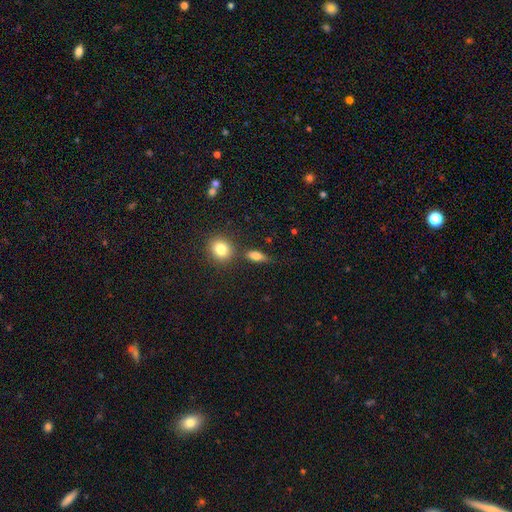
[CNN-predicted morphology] The model was most divided on "how rounded": in between: 64%, cigar-shaped: 23%, round: 13%. More confident: smooth or featured — smooth (75%); merging — none (70%).